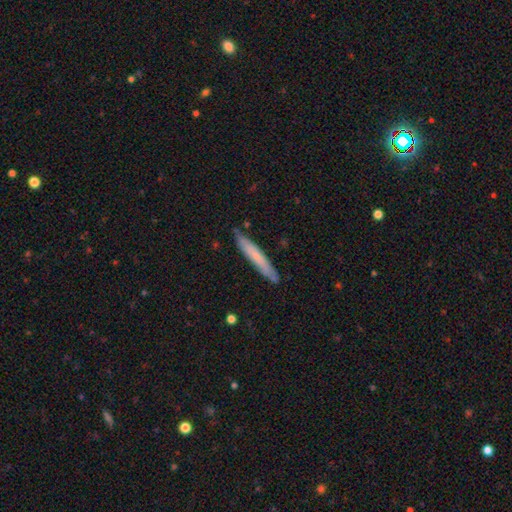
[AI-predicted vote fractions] The model was most divided on "smooth or featured": smooth: 60%, featured or disk: 34%, star or artifact: 6%. More confident: how rounded — cigar-shaped (94%); merging — none (85%).